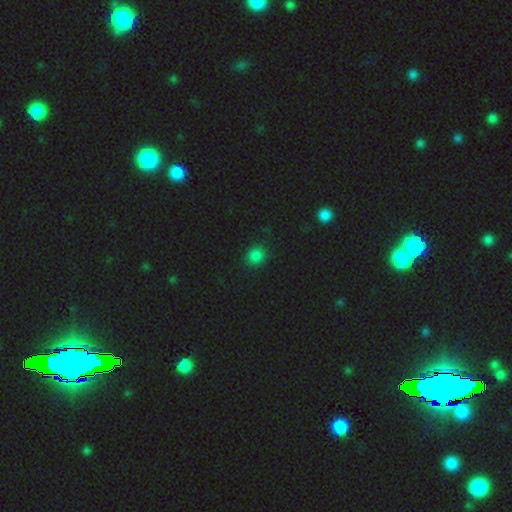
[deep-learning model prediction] The model was most divided on "smooth or featured": smooth: 82%, star or artifact: 15%, featured or disk: 3%. More confident: merging — none (88%); how rounded — round (86%).